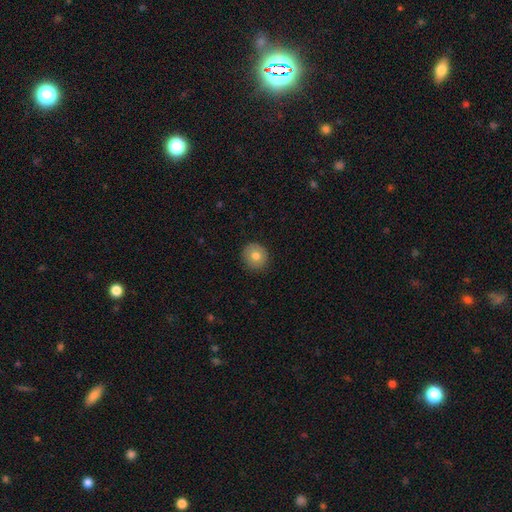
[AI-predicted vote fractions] A smooth galaxy with no disk features (77%) that is round (90%).

Vote fractions:
- Smooth or featured? smooth: 77% / featured or disk: 14% / star or artifact: 9%
- How rounded? round: 90% / in between: 9% / cigar-shaped: 1%
- Merging? none: 89% / minor disturbance: 9% / major disturbance: 2% / merger: 1%